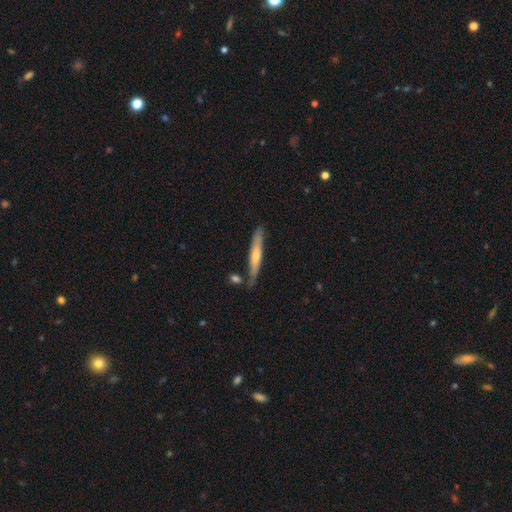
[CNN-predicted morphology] type=featured or disk (58%); edge-on=yes (92%); edge-on bulge=rounded (71%); merging=none (81%).